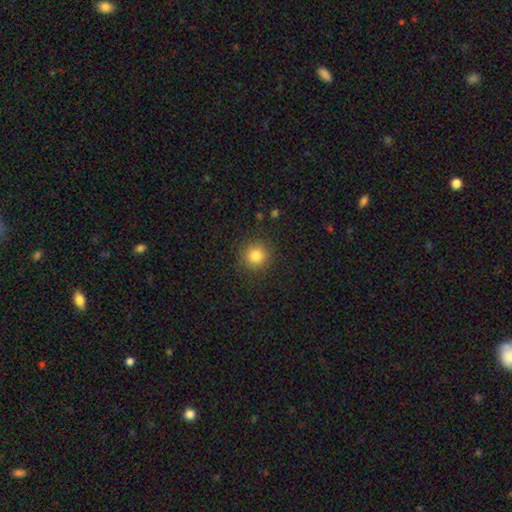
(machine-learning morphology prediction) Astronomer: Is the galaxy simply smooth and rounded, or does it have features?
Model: smooth — 82%.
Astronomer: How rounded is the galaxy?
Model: round — 93%.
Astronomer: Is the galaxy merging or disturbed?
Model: none — 89%.